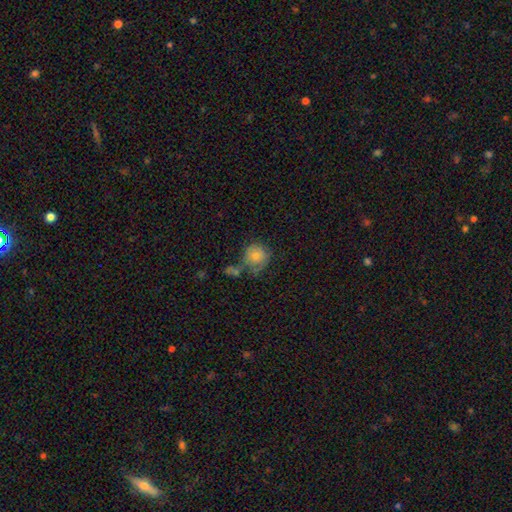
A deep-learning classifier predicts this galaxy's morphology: smooth_or_featured: smooth (p=0.70) [alt: featured or disk p=0.19]
how_rounded: round (p=0.87) [alt: in between p=0.12]
merging: none (p=0.55) [alt: minor disturbance p=0.20]